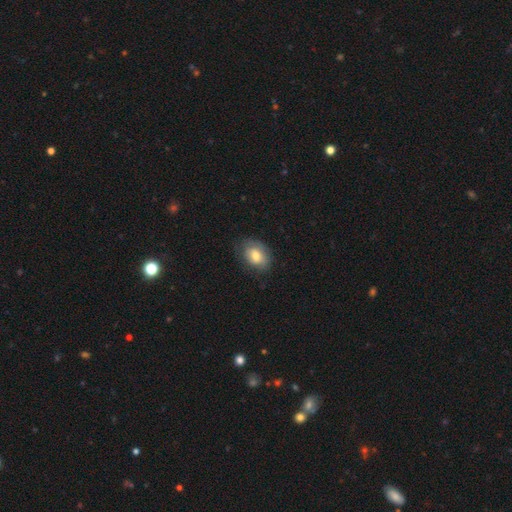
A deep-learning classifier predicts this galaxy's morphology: smooth 69%, featured or disk 23%, star or artifact 8%. Down the decision tree: how rounded — in between (75%); merging — none (72%).